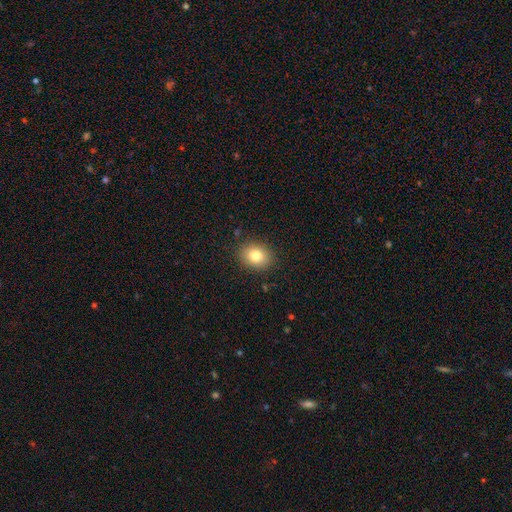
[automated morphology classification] This appears to be a smooth galaxy with no disk features (80%) that is round (55%). Merging: none (88%).